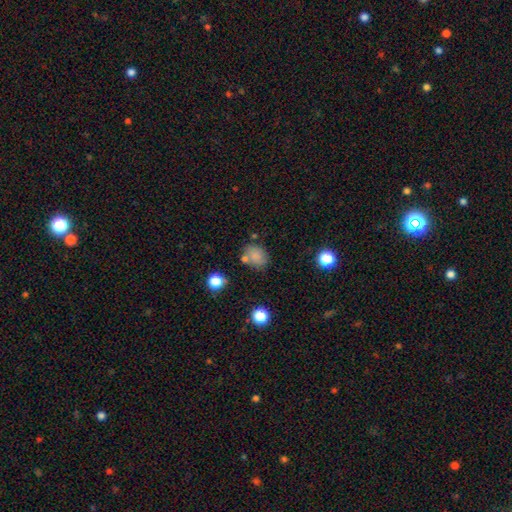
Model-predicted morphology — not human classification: A smooth galaxy with no disk features (79%) that is in between round and cigar-shaped (58%).

Vote fractions:
- Smooth or featured? smooth: 79% / star or artifact: 12% / featured or disk: 9%
- How rounded? in between: 58% / round: 41% / cigar-shaped: 1%
- Merging? none: 65% / minor disturbance: 17% / merger: 12% / major disturbance: 5%